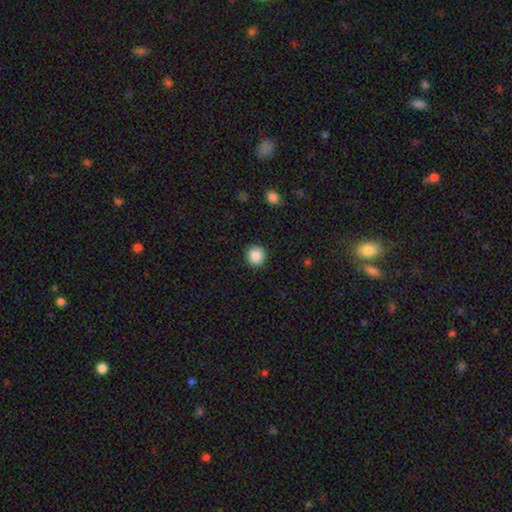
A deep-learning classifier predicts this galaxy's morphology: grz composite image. It shows a smooth galaxy with no disk features (88%) that is round (92%). Merging: none (90%).